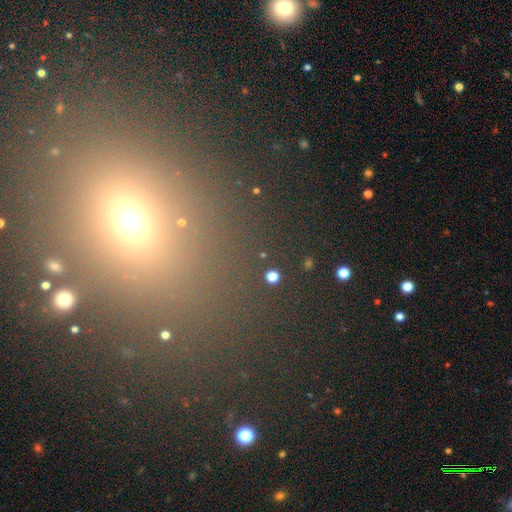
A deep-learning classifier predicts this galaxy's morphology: This is possibly a smooth galaxy (46%). Merging: clearly none (85%).